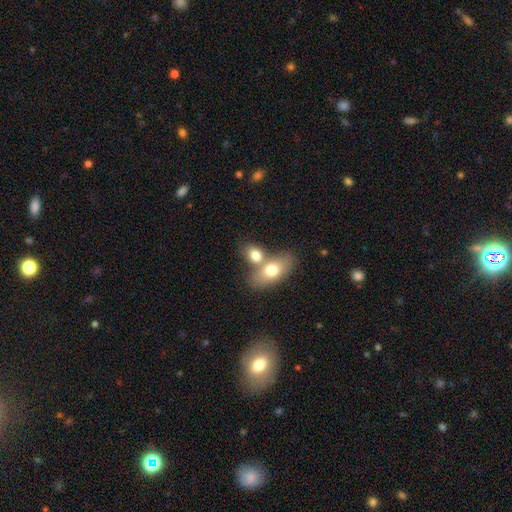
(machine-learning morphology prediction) smooth_or_featured: smooth (p=0.73) [alt: featured or disk p=0.20]
how_rounded: in between (p=0.78) [alt: round p=0.17]
merging: merger (p=0.59) [alt: none p=0.30]